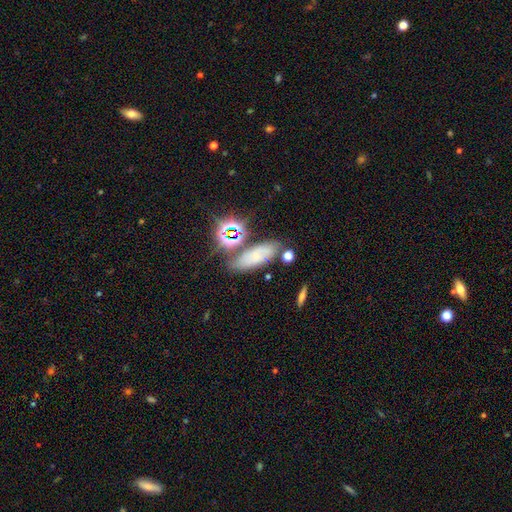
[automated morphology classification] Smooth or featured? smooth (54%)
How rounded? in between (63%)
Merging? none (66%)